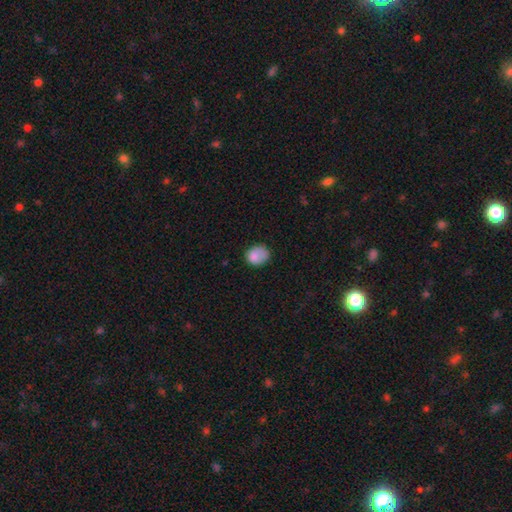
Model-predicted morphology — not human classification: smooth-or-featured: smooth: 82% | star or artifact: 10% | featured or disk: 9%
  how-rounded: round: 58% | in between: 41% | cigar-shaped: 1%
  merging: none: 57% | minor disturbance: 29% | major disturbance: 12% | merger: 2%